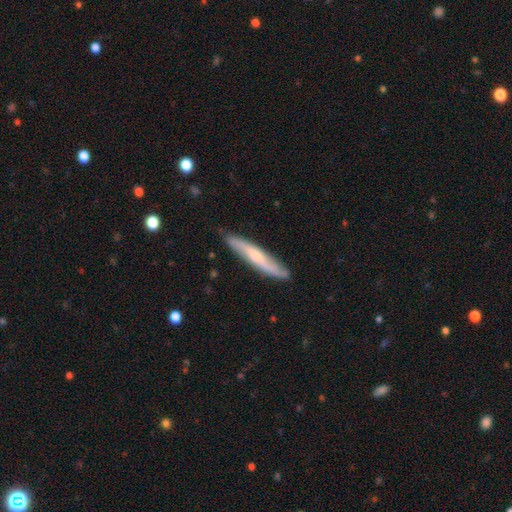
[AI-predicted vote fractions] Smooth or featured? Predicted: featured or disk (p=0.51). Edge-on disk? Predicted: yes (p=0.70). Merging? Predicted: none (p=0.82).